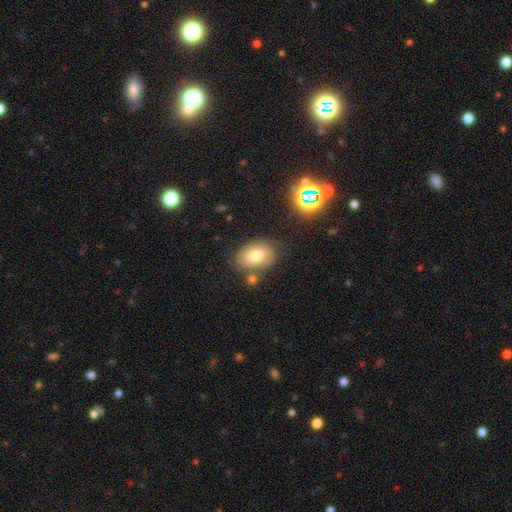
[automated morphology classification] smooth_or_featured: smooth (p=0.72) [alt: featured or disk p=0.17]
how_rounded: in between (p=0.82) [alt: round p=0.17]
merging: none (p=0.70) [alt: minor disturbance p=0.17]